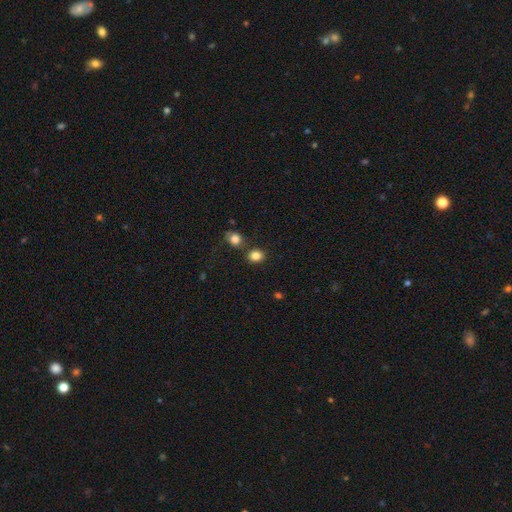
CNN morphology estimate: smooth_or_featured: smooth (p=0.84) [alt: star or artifact p=0.11]
how_rounded: round (p=0.63) [alt: in between p=0.36]
merging: none (p=0.75) [alt: merger p=0.13]